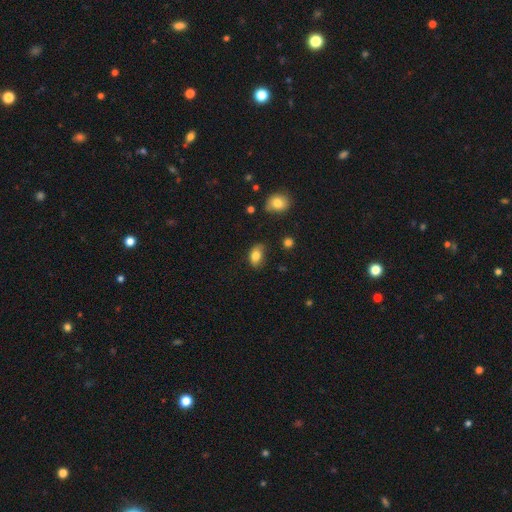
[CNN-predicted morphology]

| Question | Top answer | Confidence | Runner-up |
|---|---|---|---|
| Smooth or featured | smooth | 82% | star or artifact (9%) |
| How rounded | in between | 83% | round (15%) |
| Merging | none | 63% | minor disturbance (28%) |